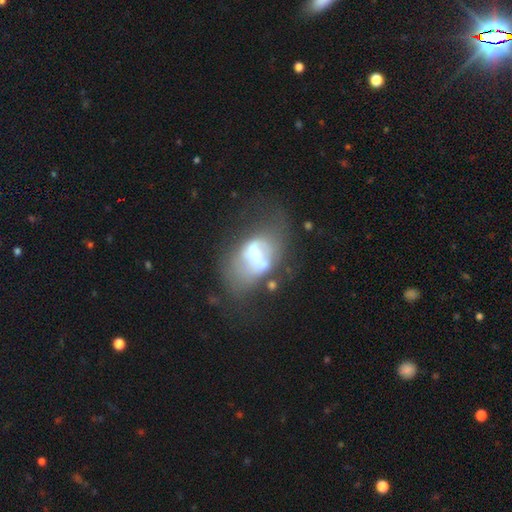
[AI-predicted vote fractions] This is possibly a featured or disk galaxy (55%). It is clearly not viewed edge-on (93%). Bar: marginally strong (42%). Spiral arm pattern: likely no (74%). Central bulge: marginally moderate (30%). Merging: marginally major disturbance (39%).